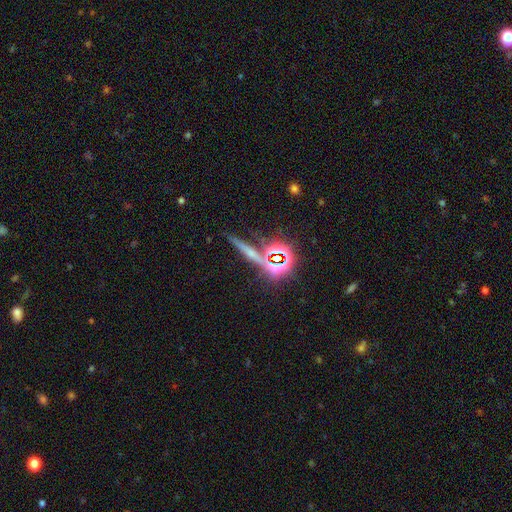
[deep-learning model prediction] Smooth or featured? Predicted: star or artifact (p=0.54).